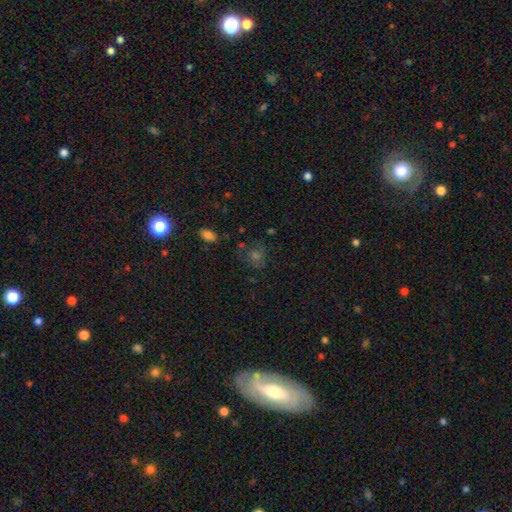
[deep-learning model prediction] A smooth galaxy with no disk features (41%).

Vote fractions:
- Smooth or featured? smooth: 41% / star or artifact: 38% / featured or disk: 21%
- Merging? none: 72% / minor disturbance: 15% / major disturbance: 8% / merger: 4%